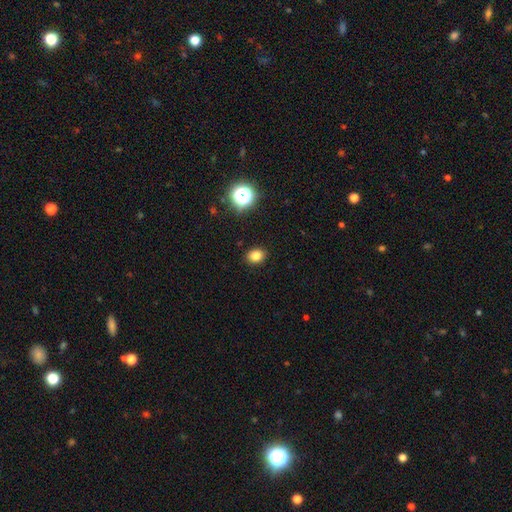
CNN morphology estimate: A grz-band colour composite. It shows a smooth galaxy with no disk features (81%) that is in between round and cigar-shaped (50%). Merging: none (90%).